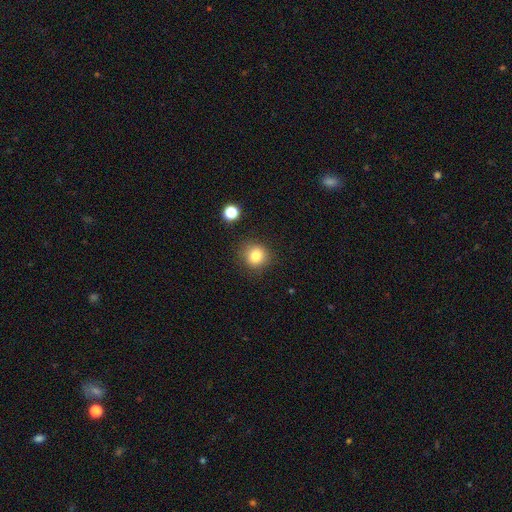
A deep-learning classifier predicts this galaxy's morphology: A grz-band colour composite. It shows a smooth galaxy with no disk features (82%) that is round (87%). Merging: none (85%).